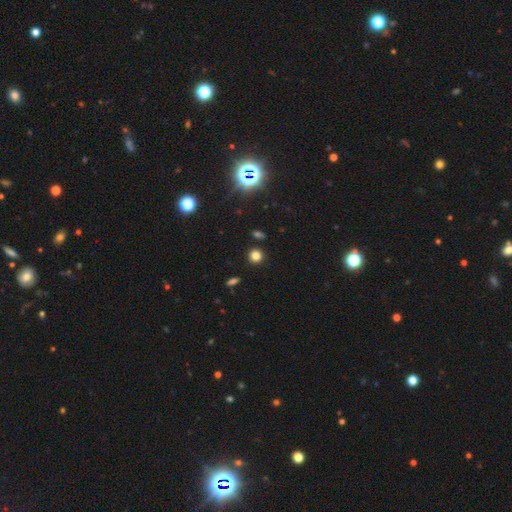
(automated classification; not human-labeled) smooth 79%, star or artifact 16%, featured or disk 5%. Down the decision tree: how rounded — round (86%); merging — none (88%).